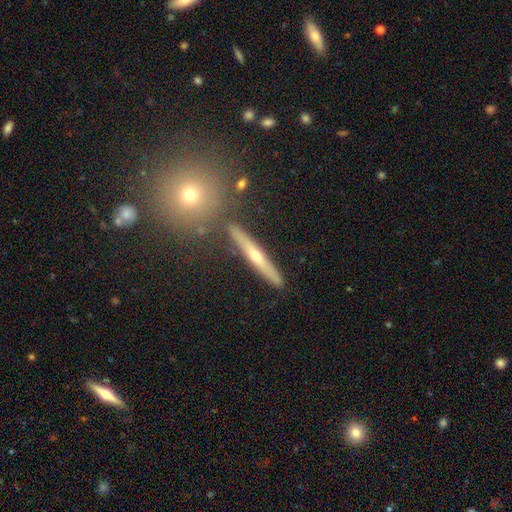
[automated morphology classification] smooth-or-featured: featured or disk: 64% | smooth: 25% | star or artifact: 11%
  disk-edge-on: yes: 93% | no: 7%
    edge-on-bulge: rounded: 86% | none: 11% | boxy: 3%
  merging: none: 87% | minor disturbance: 7% | merger: 4% | major disturbance: 2%